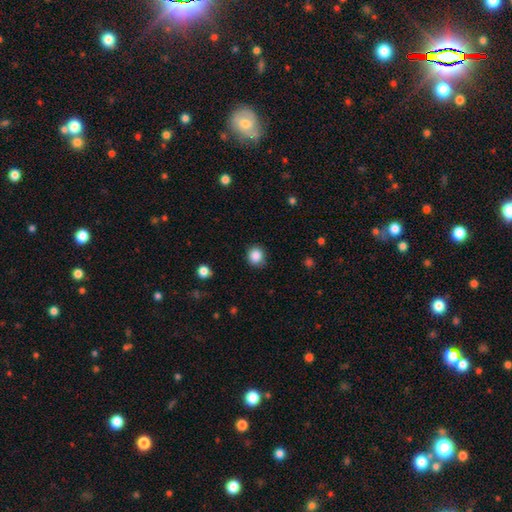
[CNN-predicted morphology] Overall: smooth (87%). How rounded: round (85%). Merging: none (84%).